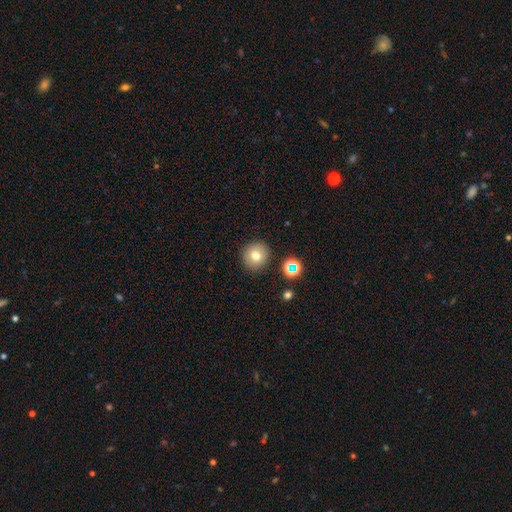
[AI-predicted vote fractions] This is likely a smooth galaxy (74%). How rounded: clearly round (90%). Merging: clearly none (89%).